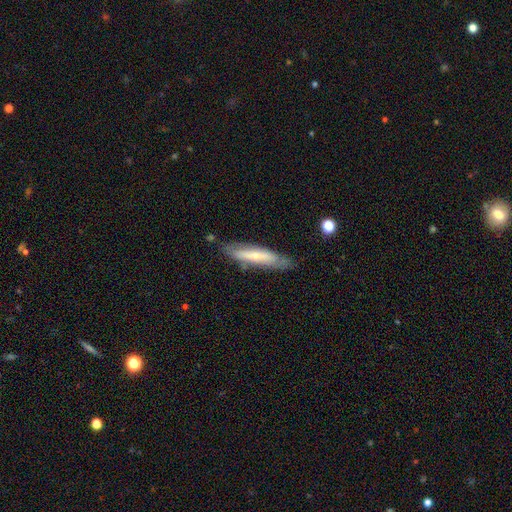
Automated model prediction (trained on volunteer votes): Morphology: type=featured or disk (48%); merging=none (76%).